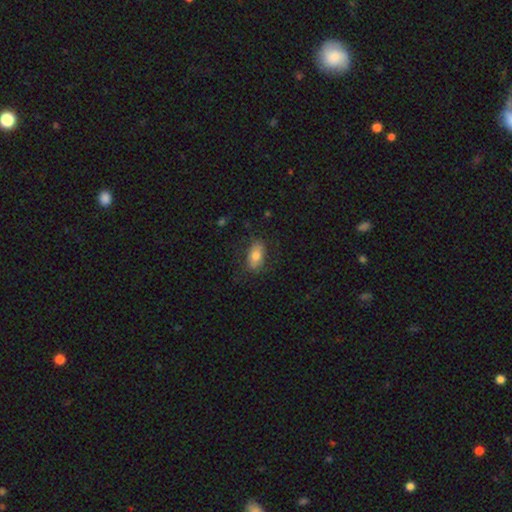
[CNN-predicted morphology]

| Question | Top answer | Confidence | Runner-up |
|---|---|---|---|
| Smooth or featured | smooth | 74% | featured or disk (18%) |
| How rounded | in between | 90% | round (6%) |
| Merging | none | 75% | minor disturbance (16%) |